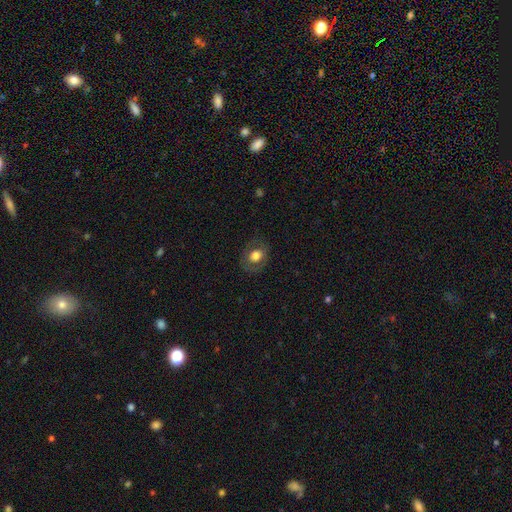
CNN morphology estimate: Smooth or featured: smooth — 64% (featured or disk — 28%)
How rounded: in between — 51% (round — 48%)
Merging: none — 80% (minor disturbance — 13%)